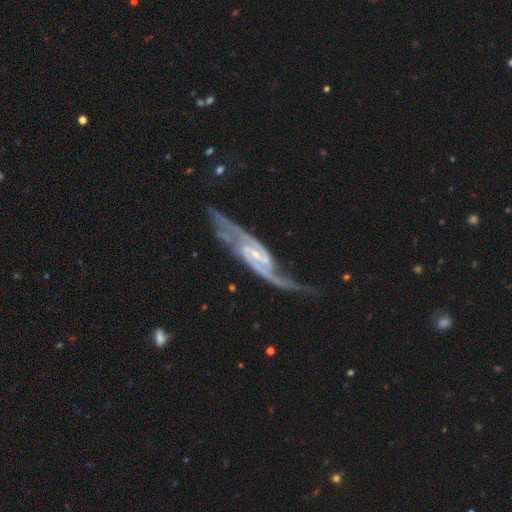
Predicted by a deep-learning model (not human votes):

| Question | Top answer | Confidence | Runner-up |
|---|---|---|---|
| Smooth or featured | featured or disk | 91% | star or artifact (5%) |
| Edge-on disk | no | 88% | yes (12%) |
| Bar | weak | 44% | strong (29%) |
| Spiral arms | yes | 98% | no (2%) |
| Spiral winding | medium | 47% | loose (34%) |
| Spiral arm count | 2 | 85% | can't tell (5%) |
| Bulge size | small | 76% | moderate (17%) |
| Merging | none | 62% | minor disturbance (20%) |